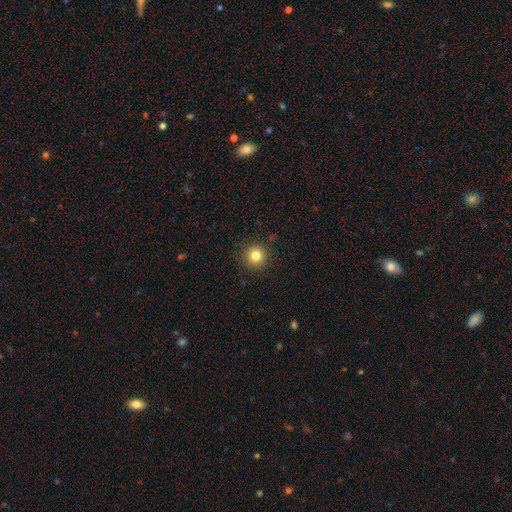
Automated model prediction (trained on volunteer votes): A smooth galaxy with no disk features (82%) that is round (94%). Merging: none (91%).